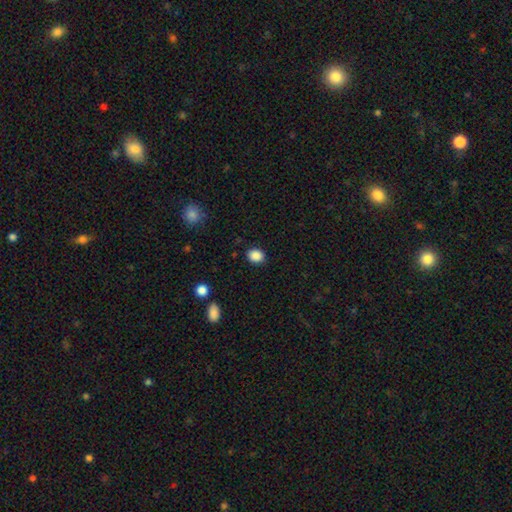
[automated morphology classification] smooth 88%, star or artifact 9%, featured or disk 3%. Down the decision tree: how rounded — round (53%); merging — none (87%).